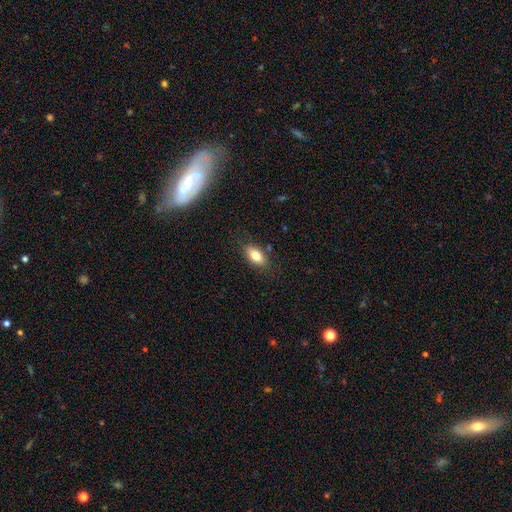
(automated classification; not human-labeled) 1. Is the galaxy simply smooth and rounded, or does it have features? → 79% smooth, 13% featured or disk, 8% star or artifact.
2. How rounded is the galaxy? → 88% in between, 6% cigar-shaped, 6% round.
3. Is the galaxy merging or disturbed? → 82% none, 13% minor disturbance, 3% major disturbance, 2% merger.